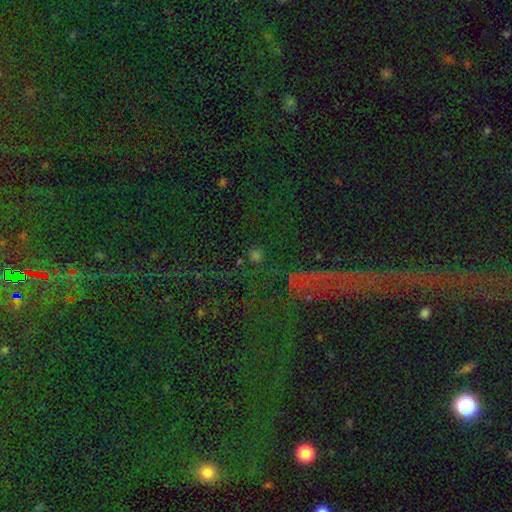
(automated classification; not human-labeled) A star or artifact, not a galaxy (57%).

Vote fractions:
- Smooth or featured? star or artifact: 57% / smooth: 33% / featured or disk: 10%